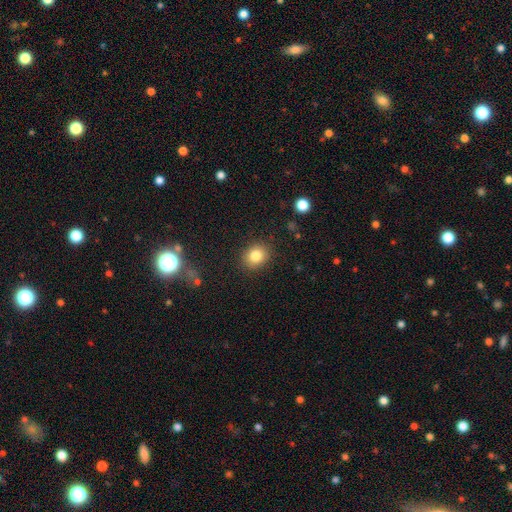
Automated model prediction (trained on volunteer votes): Q: Smooth or featured?
A: smooth (82%); runner-up: star or artifact (10%)
Q: How rounded?
A: round (67%); runner-up: in between (32%)
Q: Merging?
A: none (88%); runner-up: minor disturbance (8%)